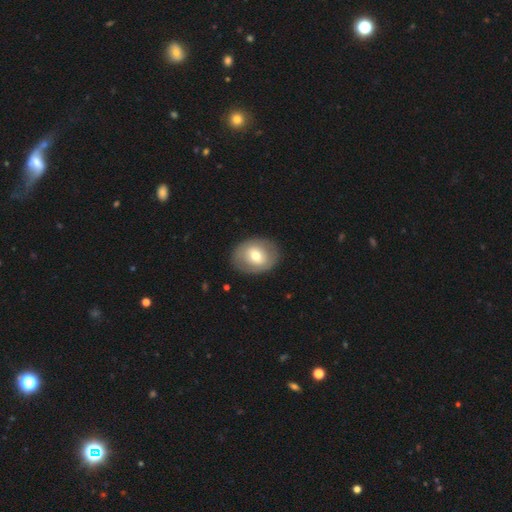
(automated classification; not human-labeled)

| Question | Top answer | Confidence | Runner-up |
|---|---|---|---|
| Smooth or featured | smooth | 63% | featured or disk (31%) |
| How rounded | in between | 58% | round (41%) |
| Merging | none | 85% | minor disturbance (10%) |